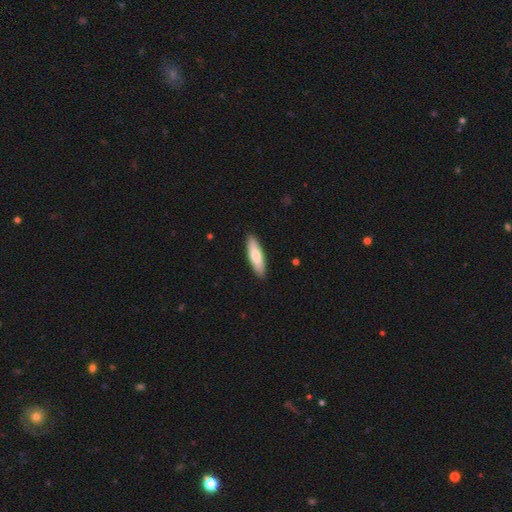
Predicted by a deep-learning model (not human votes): Morphology: type=smooth (78%); roundness=cigar-shaped (62%); merging=none (90%).